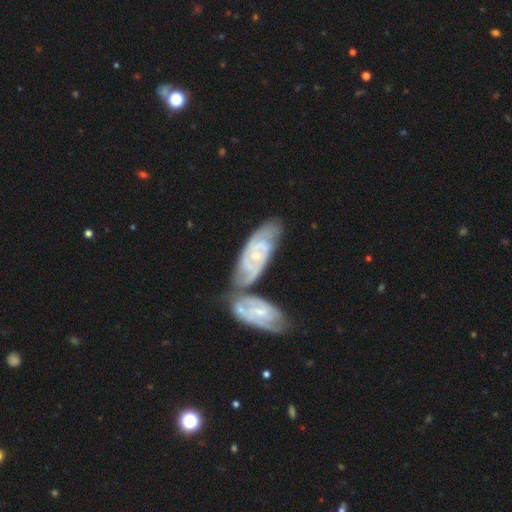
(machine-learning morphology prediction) The model was most divided on "merging": merger: 45%, none: 40%, minor disturbance: 11%, major disturbance: 4%. Remaining: spiral arms — yes (95%); edge-on disk — no (93%); smooth or featured — featured or disk (84%); bulge size — small (69%); spiral winding — tight (62%); bar — no (55%); spiral arm count — 2 (50%).